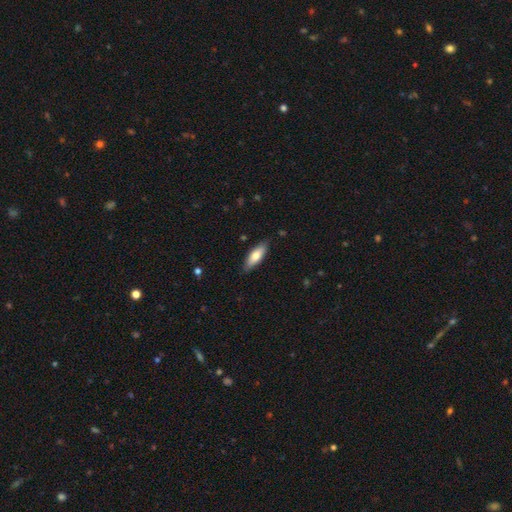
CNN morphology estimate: A smooth galaxy with no disk features (73%) that is in between round and cigar-shaped (60%). Merging: none (85%).